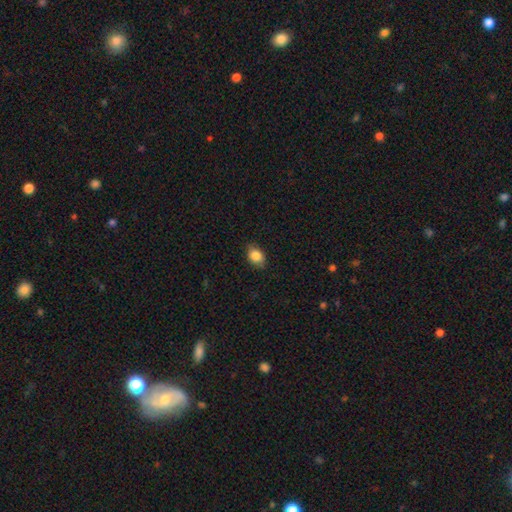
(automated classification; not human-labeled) Smooth or featured? smooth (85%)
How rounded? in between (77%)
Merging? none (82%)